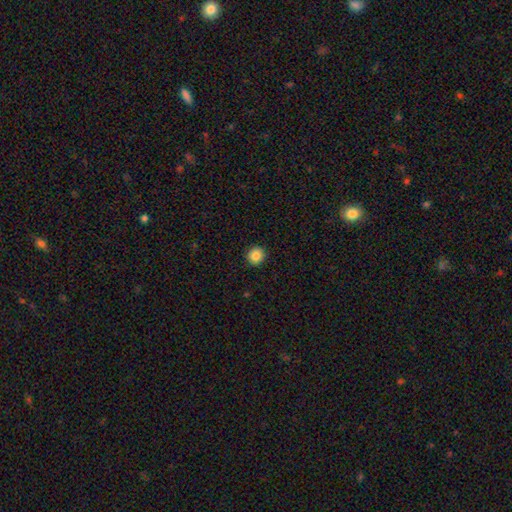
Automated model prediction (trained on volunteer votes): A smooth galaxy with no disk features (86%) that is round (93%). Merging: none (92%).